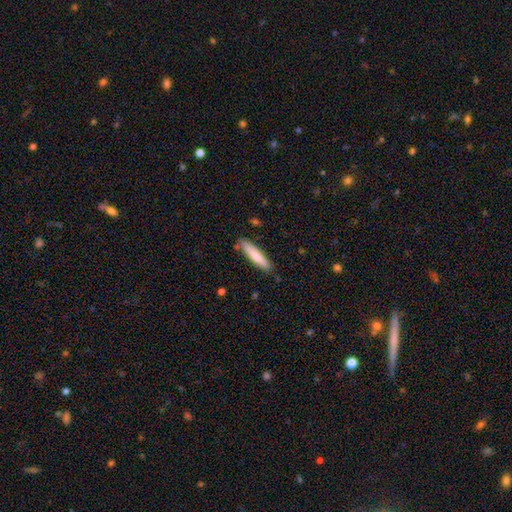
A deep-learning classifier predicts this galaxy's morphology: A smooth galaxy with no disk features (76%) that is cigar-shaped (84%).

Vote fractions:
- Smooth or featured? smooth: 76% / featured or disk: 18% / star or artifact: 6%
- How rounded? cigar-shaped: 84% / in between: 15% / round: 1%
- Merging? none: 83% / minor disturbance: 12% / merger: 3% / major disturbance: 2%